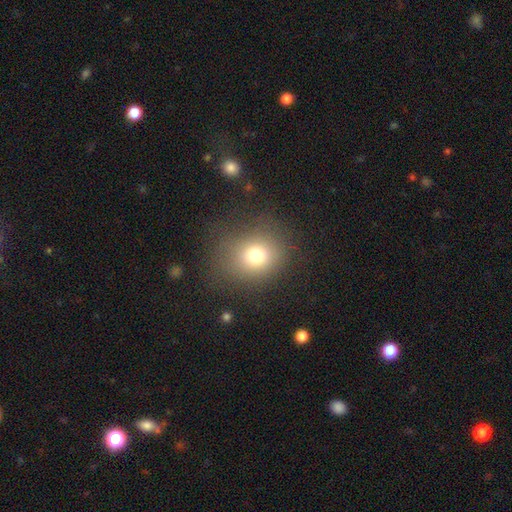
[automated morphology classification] smooth_or_featured: smooth (p=0.73) [alt: star or artifact p=0.16]
how_rounded: round (p=0.74) [alt: in between p=0.25]
merging: none (p=0.76) [alt: minor disturbance p=0.13]